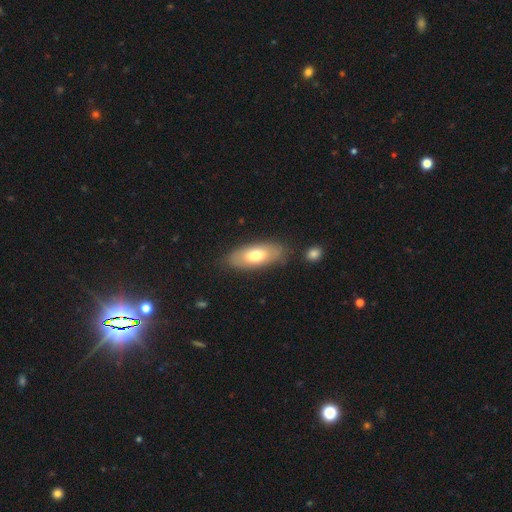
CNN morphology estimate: A smooth galaxy with no disk features (68%) that is in between round and cigar-shaped (83%).

Vote fractions:
- Smooth or featured? smooth: 68% / featured or disk: 26% / star or artifact: 6%
- How rounded? in between: 83% / cigar-shaped: 15% / round: 3%
- Merging? none: 81% / minor disturbance: 13% / major disturbance: 4% / merger: 3%